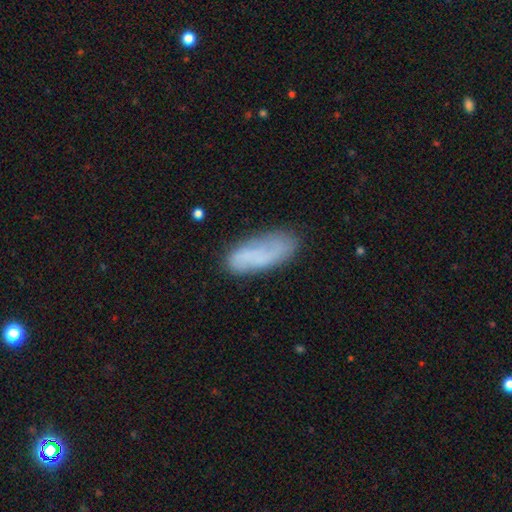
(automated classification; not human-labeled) Smooth or featured: smooth — 61% (featured or disk — 31%)
How rounded: in between — 70% (cigar-shaped — 28%)
Merging: none — 66% (minor disturbance — 23%)